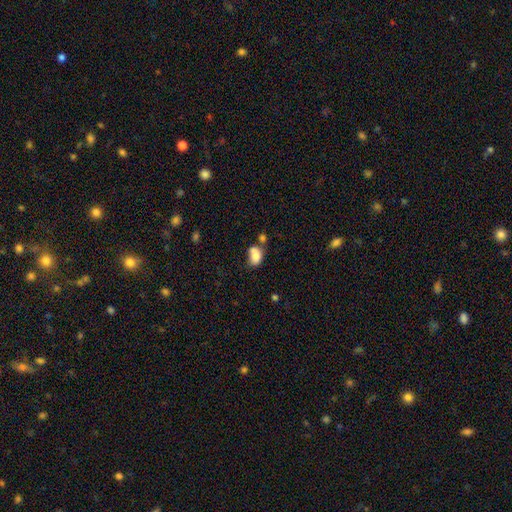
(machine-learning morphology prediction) Smooth or featured: smooth — 78% (featured or disk — 13%)
How rounded: in between — 78% (round — 21%)
Merging: none — 35% (merger — 34%)